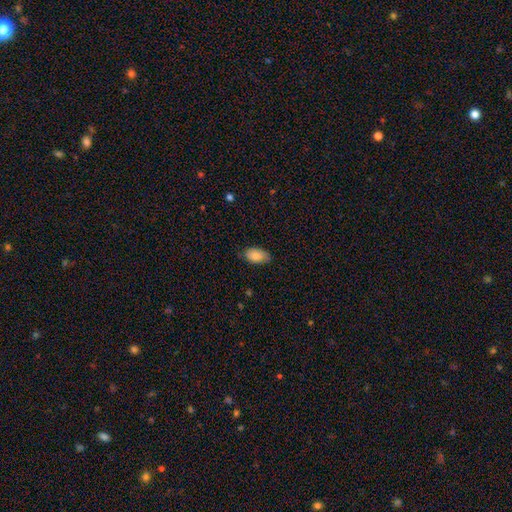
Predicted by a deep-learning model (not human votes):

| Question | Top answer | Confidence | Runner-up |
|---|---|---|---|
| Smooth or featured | smooth | 81% | featured or disk (12%) |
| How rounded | in between | 93% | round (5%) |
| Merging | none | 77% | minor disturbance (19%) |